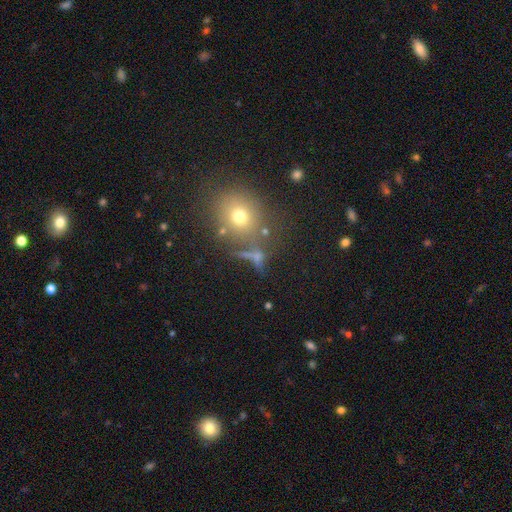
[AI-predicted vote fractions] The model was most divided on "smooth or featured": smooth: 51%, star or artifact: 32%, featured or disk: 17%. More confident: merging — none (68%); how rounded — round (64%).